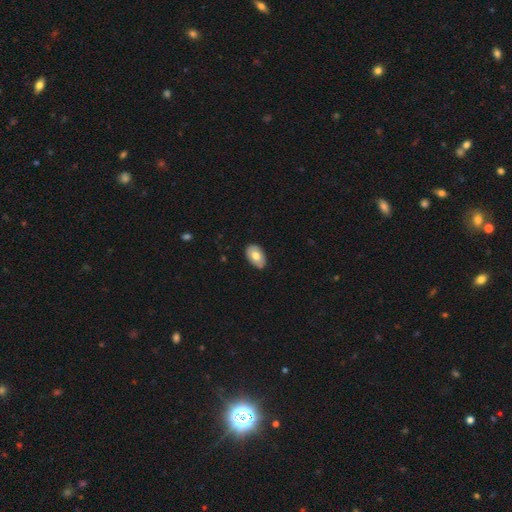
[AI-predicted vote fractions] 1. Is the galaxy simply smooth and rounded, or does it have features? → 73% smooth, 21% featured or disk, 6% star or artifact.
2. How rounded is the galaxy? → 92% in between, 7% round, 1% cigar-shaped.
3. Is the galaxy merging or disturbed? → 84% none, 13% minor disturbance, 2% major disturbance, 1% merger.